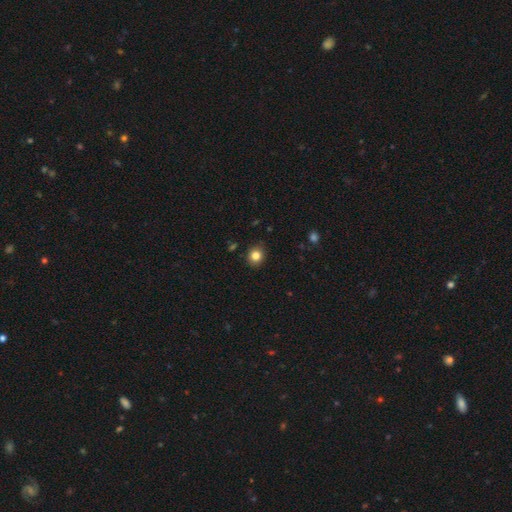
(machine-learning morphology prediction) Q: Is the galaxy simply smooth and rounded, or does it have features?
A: smooth — 83%.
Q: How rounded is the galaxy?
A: round — 80%.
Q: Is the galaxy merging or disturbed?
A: none — 88%.